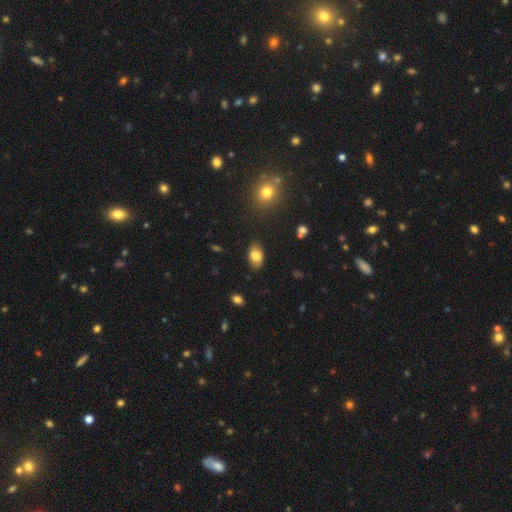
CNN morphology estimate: smooth-or-featured: smooth: 81% | featured or disk: 11% | star or artifact: 8%
  how-rounded: in between: 91% | round: 7% | cigar-shaped: 2%
  merging: none: 84% | minor disturbance: 12% | major disturbance: 3% | merger: 2%